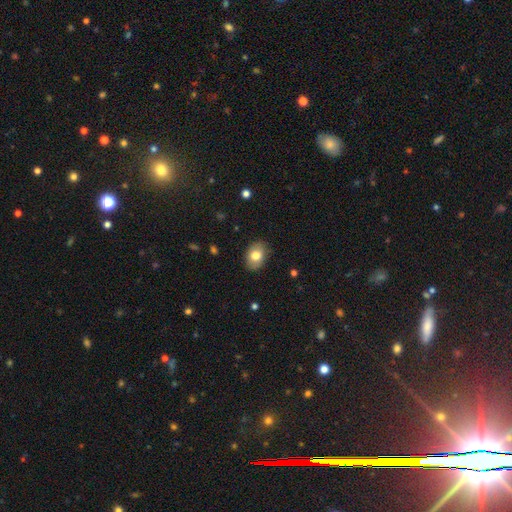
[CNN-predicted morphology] The model was most divided on "how rounded": in between: 77%, round: 22%, cigar-shaped: 1%. More confident: merging — none (87%); smooth or featured — smooth (79%).